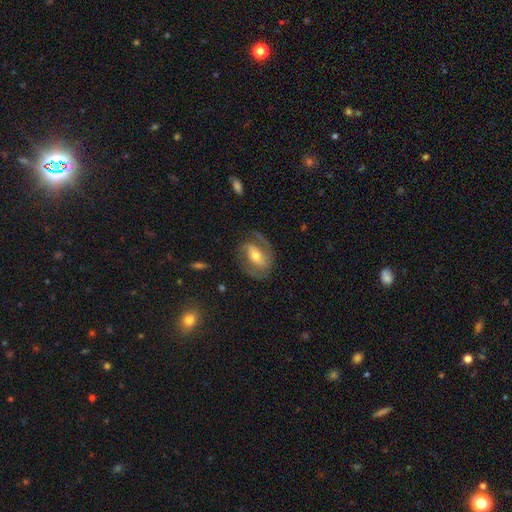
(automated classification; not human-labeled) Smooth or featured: featured or disk — 75% (smooth — 19%)
Edge-on disk: no — 95% (yes — 5%)
Bar: strong — 41% (weak — 34%)
Spiral arms: yes — 87% (no — 13%)
Spiral winding: medium — 48% (tight — 33%)
Spiral arm count: 2 — 80% (1 — 10%)
Bulge size: moderate — 61% (small — 30%)
Merging: none — 72% (minor disturbance — 16%)